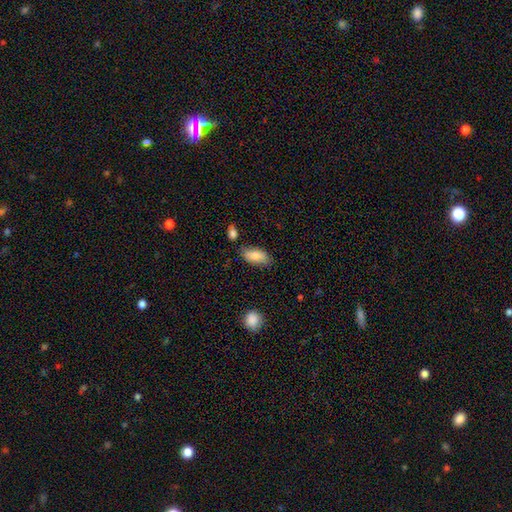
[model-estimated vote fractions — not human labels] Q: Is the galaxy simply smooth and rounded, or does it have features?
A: smooth — 82%.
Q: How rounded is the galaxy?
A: in between — 90%.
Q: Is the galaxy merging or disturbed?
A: none — 76%.